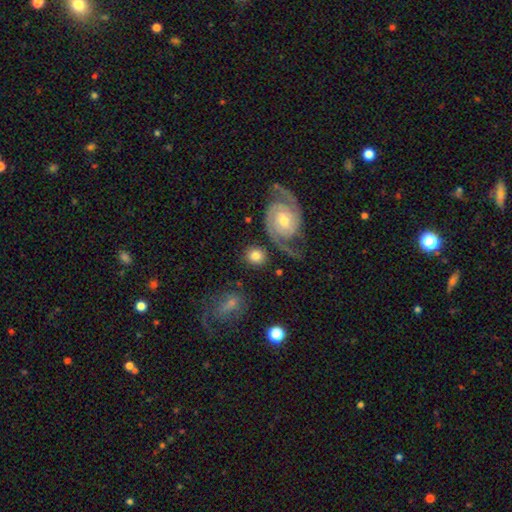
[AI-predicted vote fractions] This appears to be a smooth galaxy with no disk features (67%) that is round (78%). Merging: none (71%).